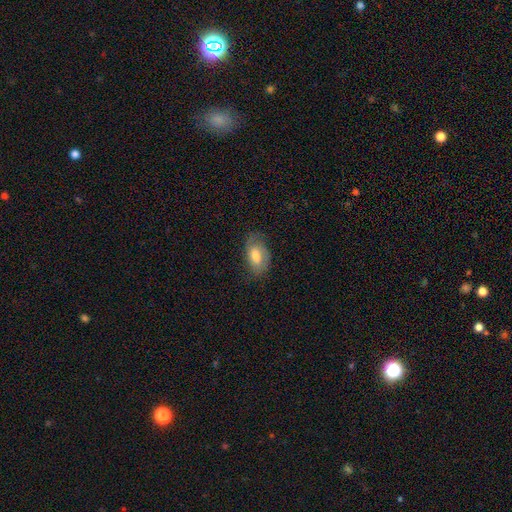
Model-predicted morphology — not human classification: Overall: smooth (51%; featured or disk 42%). How rounded: in between (91%). Merging: none (68%).